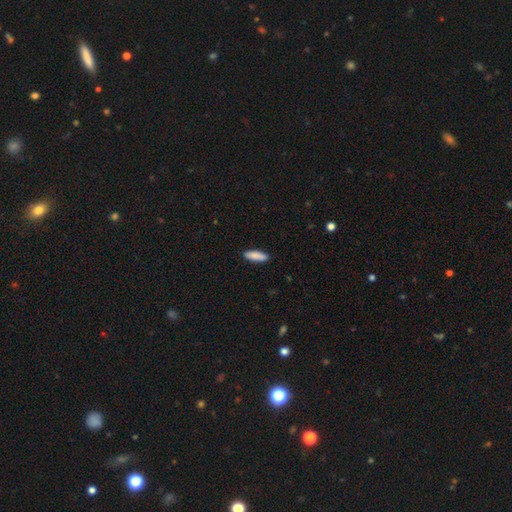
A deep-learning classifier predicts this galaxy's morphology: This is clearly a smooth galaxy (87%). How rounded: possibly cigar-shaped (53%). Merging: clearly none (88%).